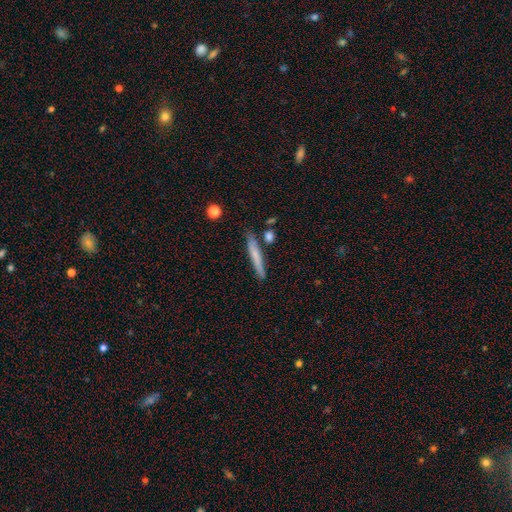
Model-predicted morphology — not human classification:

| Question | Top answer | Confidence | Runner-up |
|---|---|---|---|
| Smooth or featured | smooth | 64% | featured or disk (30%) |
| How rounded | cigar-shaped | 94% | in between (4%) |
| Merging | none | 82% | minor disturbance (11%) |